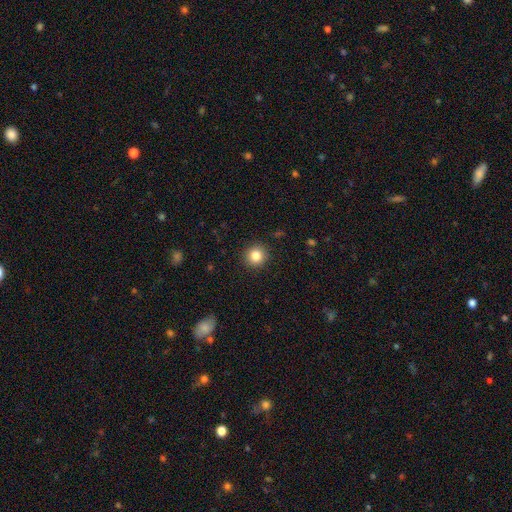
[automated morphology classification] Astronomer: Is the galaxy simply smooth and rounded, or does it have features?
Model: smooth — 84%.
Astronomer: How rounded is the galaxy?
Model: round — 93%.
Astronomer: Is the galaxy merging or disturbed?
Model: none — 92%.